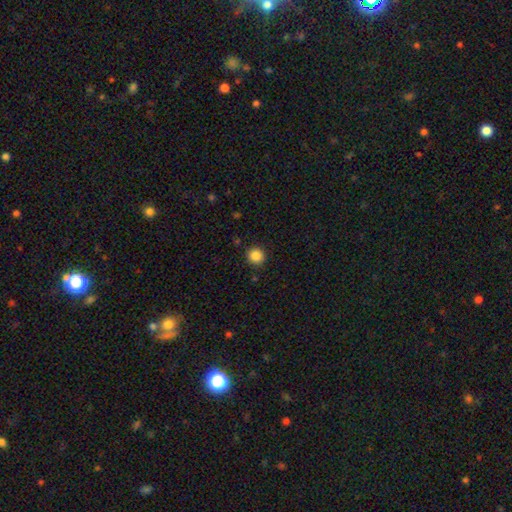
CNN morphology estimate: type=smooth (86%); roundness=round (93%); merging=none (91%).